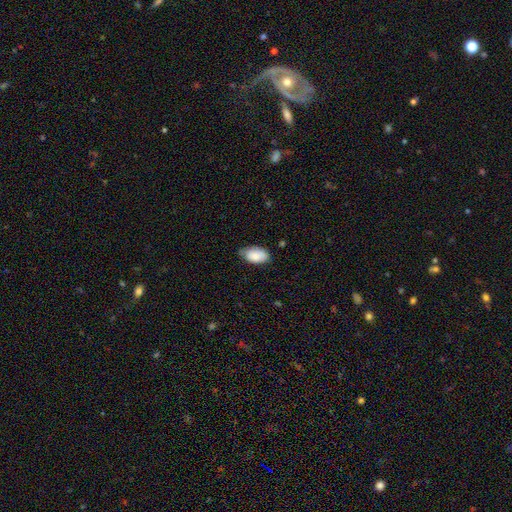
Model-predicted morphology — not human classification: Q: Smooth or featured?
A: smooth (86%); runner-up: featured or disk (7%)
Q: How rounded?
A: in between (94%); runner-up: round (5%)
Q: Merging?
A: none (60%); runner-up: minor disturbance (33%)